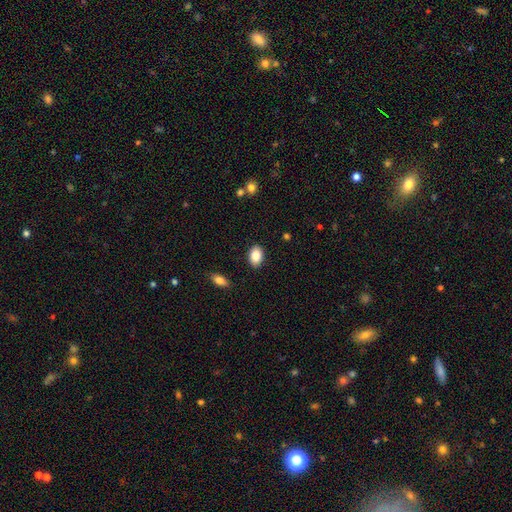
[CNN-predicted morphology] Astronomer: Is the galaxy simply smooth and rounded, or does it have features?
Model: smooth — 87%.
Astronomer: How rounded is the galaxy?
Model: in between — 87%.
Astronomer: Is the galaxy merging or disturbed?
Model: none — 88%.